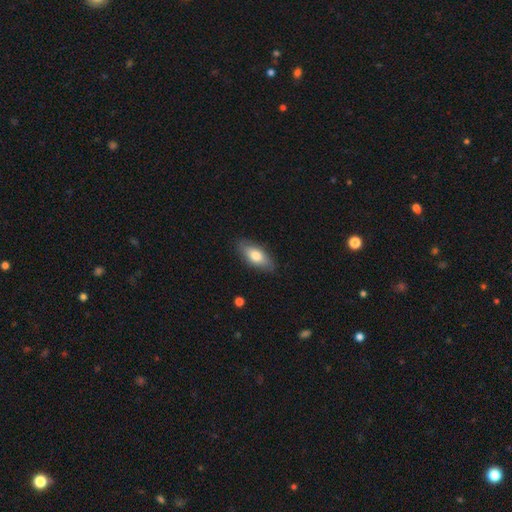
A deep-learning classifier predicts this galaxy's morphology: smooth_or_featured: smooth (p=0.73) [alt: featured or disk p=0.21]
how_rounded: in between (p=0.85) [alt: cigar-shaped p=0.12]
merging: none (p=0.84) [alt: minor disturbance p=0.12]